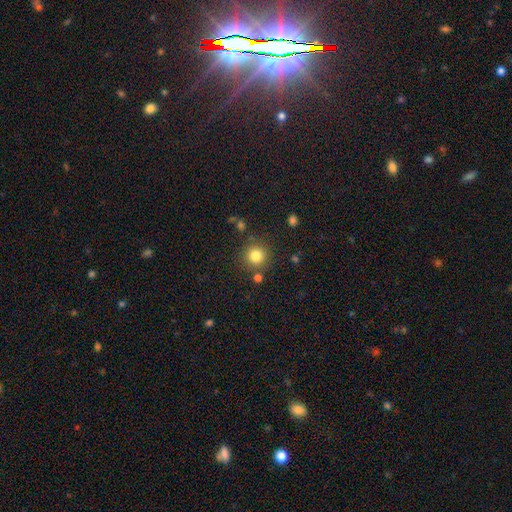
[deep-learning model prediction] This is clearly a smooth galaxy (81%). How rounded: clearly round (94%). Merging: clearly none (84%).